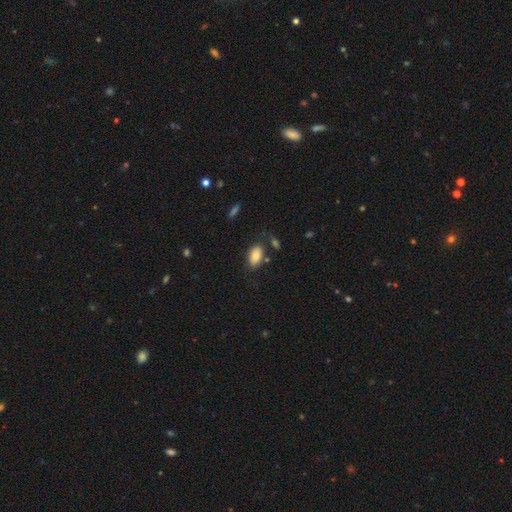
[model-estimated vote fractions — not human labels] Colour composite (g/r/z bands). It shows a smooth galaxy with no disk features (82%) that is in between round and cigar-shaped (93%). Merging: none (69%).